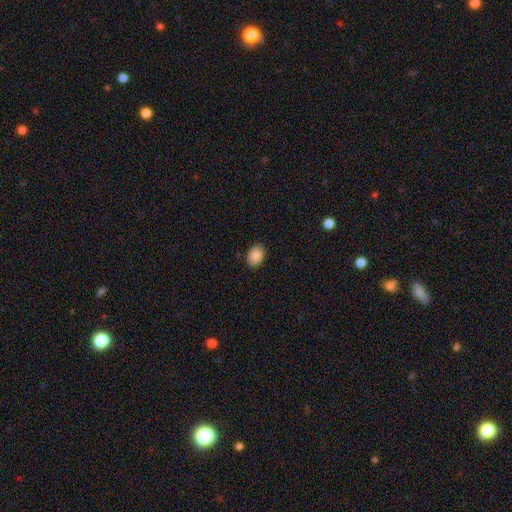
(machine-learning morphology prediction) Smooth or featured?
  - smooth: 89% *
  - star or artifact: 7%
  - featured or disk: 4%
How rounded?
  - in between: 85% *
  - round: 14%
  - cigar-shaped: 1%
Merging?
  - none: 86% *
  - minor disturbance: 11%
  - major disturbance: 2%
  - merger: 1%